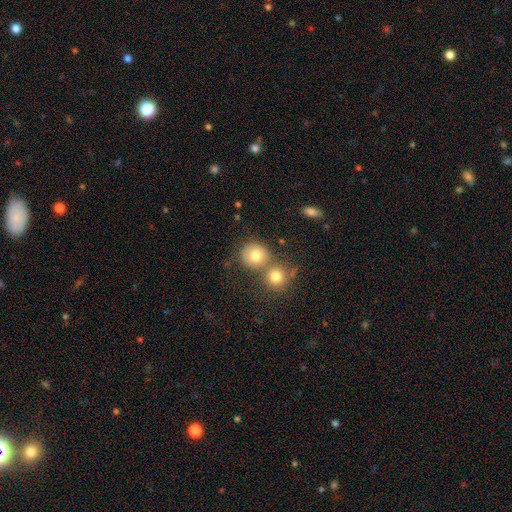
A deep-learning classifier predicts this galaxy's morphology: Q: Smooth or featured?
A: smooth (76%); runner-up: featured or disk (14%)
Q: How rounded?
A: round (87%); runner-up: in between (12%)
Q: Merging?
A: none (52%); runner-up: merger (33%)